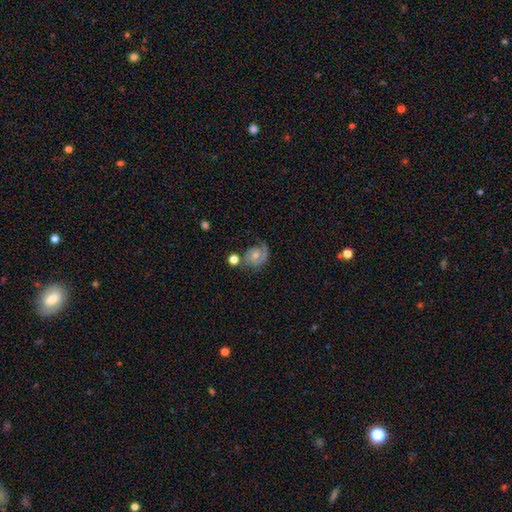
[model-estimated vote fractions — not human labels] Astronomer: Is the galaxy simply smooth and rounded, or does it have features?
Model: featured or disk — 74%.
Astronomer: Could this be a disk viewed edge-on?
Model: no — 97%.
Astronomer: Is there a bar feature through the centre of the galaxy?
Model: no — 74%.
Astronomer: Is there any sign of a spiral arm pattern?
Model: yes — 93%.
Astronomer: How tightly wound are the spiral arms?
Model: tight — 45% (runner-up: medium, 38%).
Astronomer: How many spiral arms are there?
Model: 2 — 45% (runner-up: 1, 40%).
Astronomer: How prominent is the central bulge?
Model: small — 49% (runner-up: moderate, 45%).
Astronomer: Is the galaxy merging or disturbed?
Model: none — 54%.